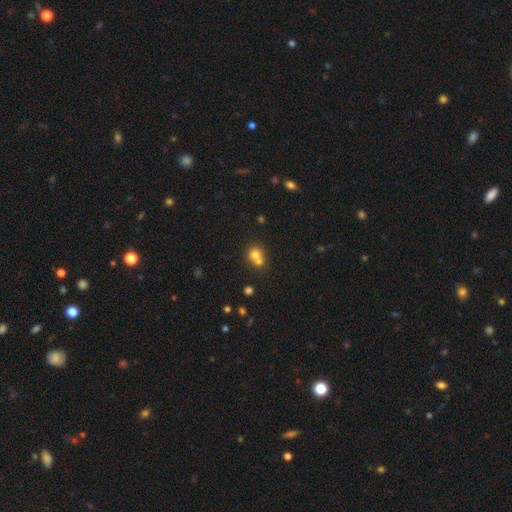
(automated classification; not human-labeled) Smooth or featured? smooth (73%)
How rounded? round (80%)
Merging? merger (54%)